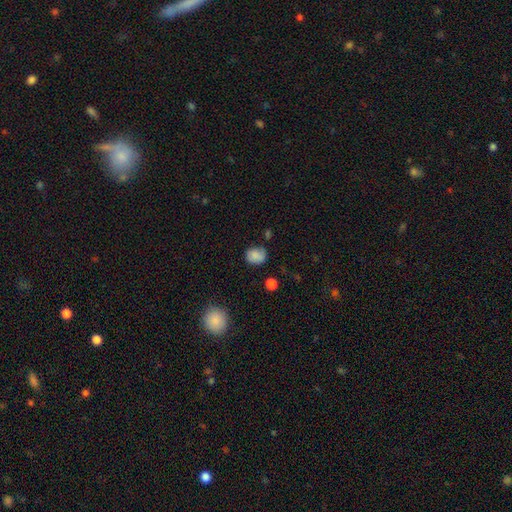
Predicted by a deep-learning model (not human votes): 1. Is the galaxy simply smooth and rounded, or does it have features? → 81% smooth, 10% star or artifact, 9% featured or disk.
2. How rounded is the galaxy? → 55% round, 44% in between, 1% cigar-shaped.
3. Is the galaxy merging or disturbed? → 66% none, 24% minor disturbance, 6% major disturbance, 4% merger.